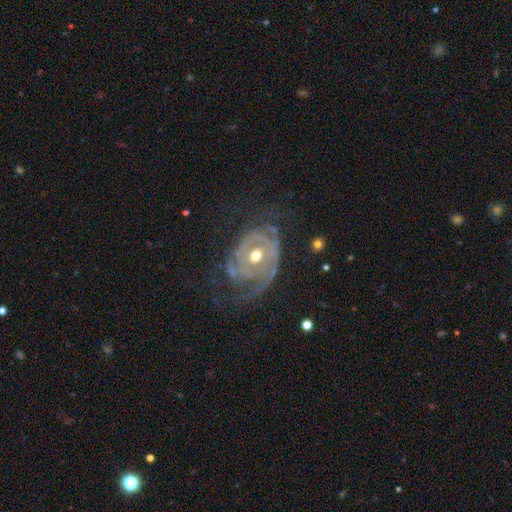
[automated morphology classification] Smooth or featured? featured or disk (87%)
Edge-on disk? no (96%)
Bar? no (72%)
Spiral arms? yes (89%)
Spiral winding? tight (63%)
Spiral arm count? can't tell (31%, tied with 2)
Bulge size? moderate (70%)
Merging? none (53%)